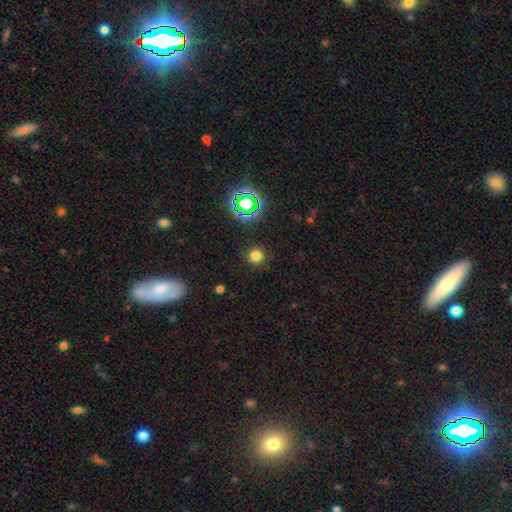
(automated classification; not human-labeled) A smooth galaxy with no disk features (73%) that is round (94%).

Vote fractions:
- Smooth or featured? smooth: 73% / star or artifact: 21% / featured or disk: 6%
- How rounded? round: 94% / in between: 5% / cigar-shaped: 1%
- Merging? none: 88% / minor disturbance: 7% / major disturbance: 3% / merger: 1%